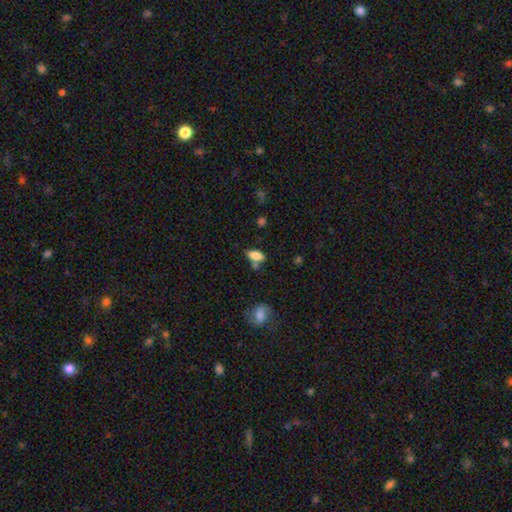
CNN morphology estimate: smooth-or-featured: smooth: 80% | featured or disk: 11% | star or artifact: 8%
  how-rounded: in between: 86% | cigar-shaped: 11% | round: 4%
  merging: none: 62% | merger: 17% | minor disturbance: 17% | major disturbance: 5%